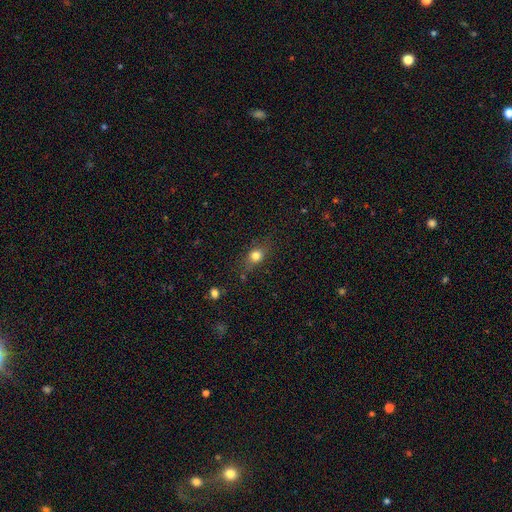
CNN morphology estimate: Overall: smooth (76%). How rounded: round (47%, tied with in between). Merging: none (72%).